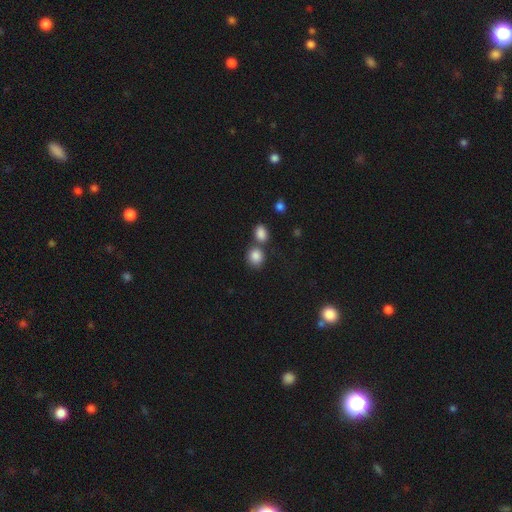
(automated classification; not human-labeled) Overall: smooth (85%). How rounded: round (70%). Merging: none (56%; merger 30%).